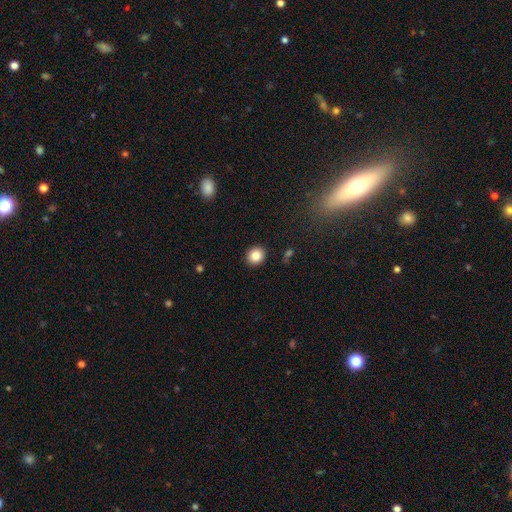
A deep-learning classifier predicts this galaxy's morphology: Smooth or featured: smooth — 84% (star or artifact — 10%)
How rounded: round — 84% (in between — 15%)
Merging: none — 91% (minor disturbance — 6%)